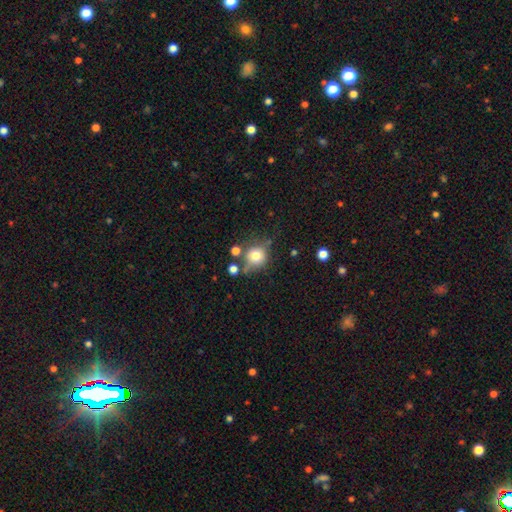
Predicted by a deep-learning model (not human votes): The model was most divided on "merging": none: 60%, minor disturbance: 19%, merger: 14%, major disturbance: 8%. More confident: how rounded — round (84%); smooth or featured — smooth (75%).